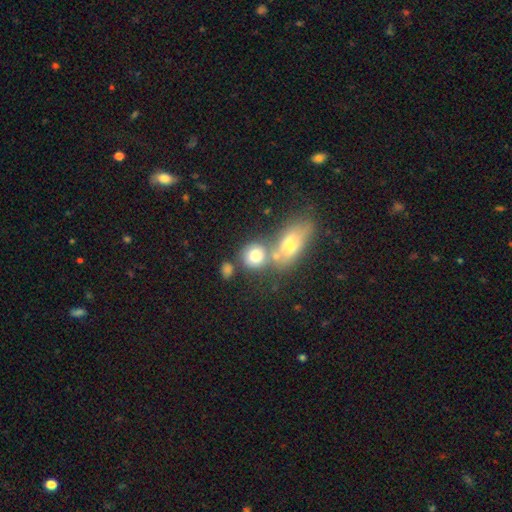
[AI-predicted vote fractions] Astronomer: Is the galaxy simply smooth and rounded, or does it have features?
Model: smooth — 75%.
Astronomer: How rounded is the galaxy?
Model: round — 66%.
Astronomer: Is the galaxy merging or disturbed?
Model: merger — 42% (runner-up: none, 40%).